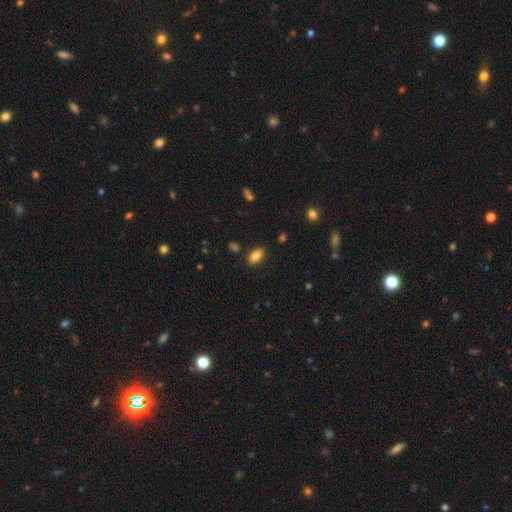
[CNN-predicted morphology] Smooth or featured? smooth (85%)
How rounded? in between (92%)
Merging? none (85%)